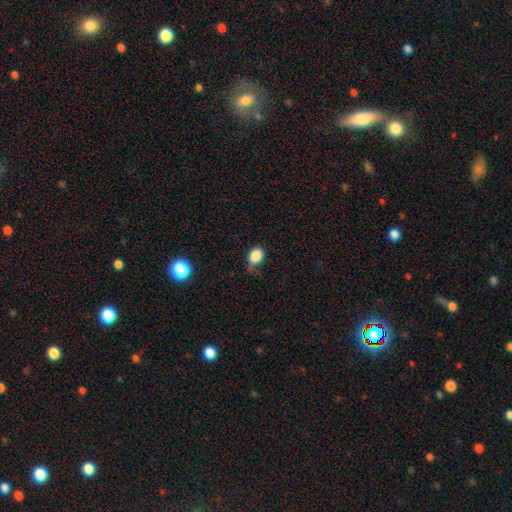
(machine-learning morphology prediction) Overall: smooth (85%). How rounded: in between (61%; round 38%). Merging: none (50%; minor disturbance 35%).